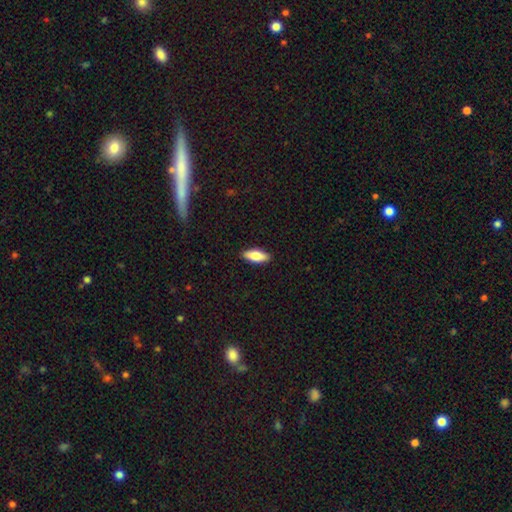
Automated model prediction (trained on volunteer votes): Smooth or featured? smooth (72%)
How rounded? in between (74%)
Merging? none (90%)